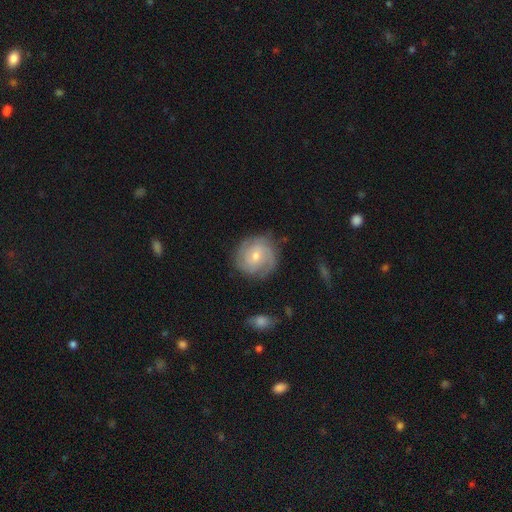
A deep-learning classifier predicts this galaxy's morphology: A featured or disk galaxy (78%) with no bar (57%), 2 (36%) tight (64%) spiral arms (94%) and a small central bulge (52%).

Vote fractions:
- Smooth or featured? featured or disk: 78% / smooth: 16% / star or artifact: 6%
- Edge-on disk? no: 98% / yes: 2%
- Bar? no: 57% / weak: 36% / strong: 7%
- Spiral arms? yes: 94% / no: 6%
- Spiral winding? tight: 64% / medium: 28% / loose: 7%
- Spiral arm count? 2: 36% / can't tell: 27% / 3: 22% / 4: 6% / 1: 5% / more than 4: 4%
- Bulge size? small: 52% / moderate: 44% / large: 1% / none: 1% / dominant: 1%
- Merging? none: 79% / minor disturbance: 15% / major disturbance: 5% / merger: 1%